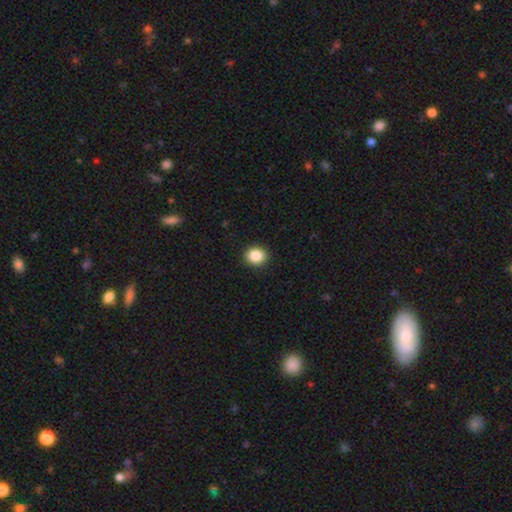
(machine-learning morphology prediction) Smooth or featured? smooth (87%)
How rounded? round (72%)
Merging? none (92%)